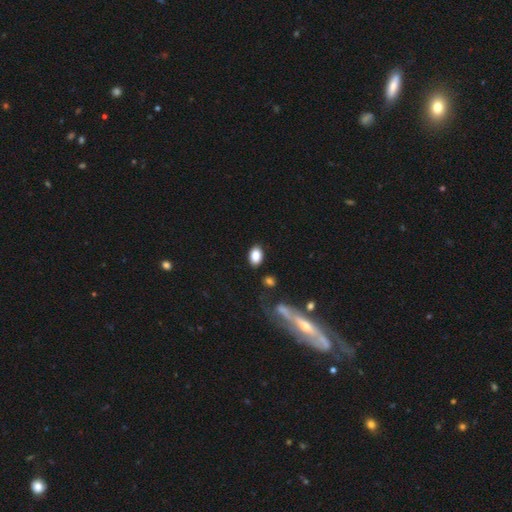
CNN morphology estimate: smooth 86%, star or artifact 8%, featured or disk 5%. Down the decision tree: how rounded — in between (87%); merging — none (83%).